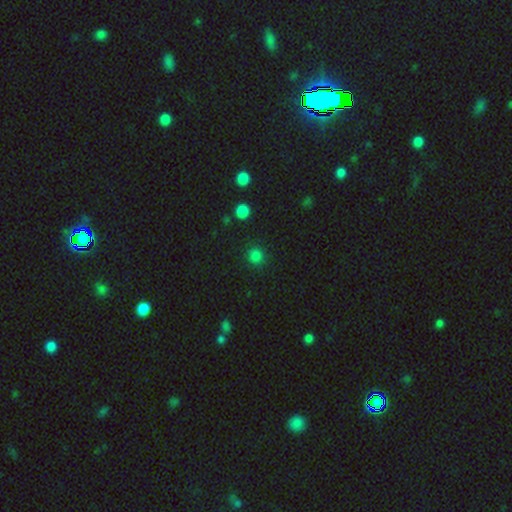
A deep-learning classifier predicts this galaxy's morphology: The model was most divided on "smooth or featured": smooth: 81%, star or artifact: 16%, featured or disk: 3%. More confident: how rounded — round (91%); merging — none (89%).